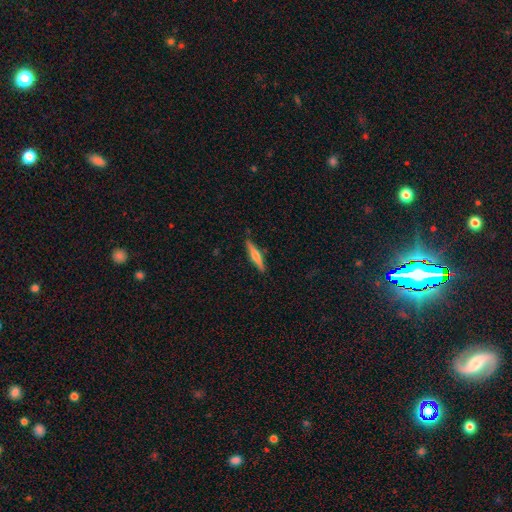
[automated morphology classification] Overall: featured or disk (52%; smooth 43%). Edge-on disk: yes (96%). Merging: none (88%).